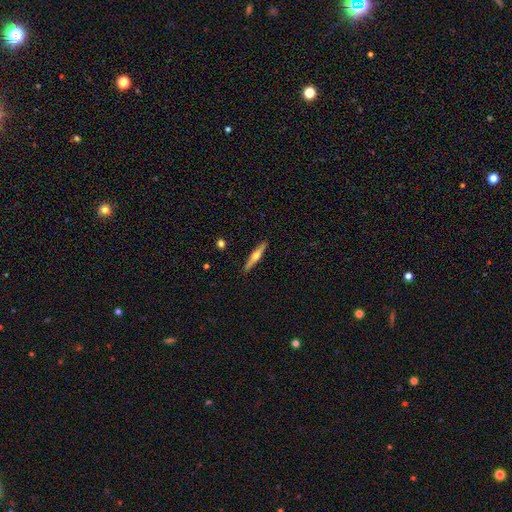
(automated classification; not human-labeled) Overall: featured or disk (65%; smooth 29%). Edge-on disk: yes (97%). Edge-on bulge: rounded (93%). Merging: none (90%).